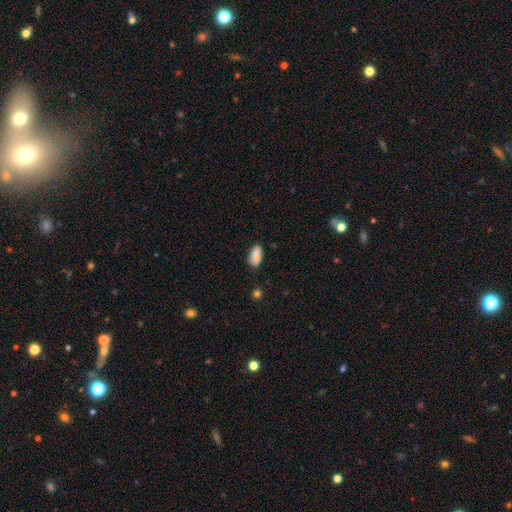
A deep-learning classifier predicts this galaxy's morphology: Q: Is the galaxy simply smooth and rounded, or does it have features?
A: smooth — 86%.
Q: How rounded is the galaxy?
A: in between — 92%.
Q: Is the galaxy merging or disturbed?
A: none — 76%.